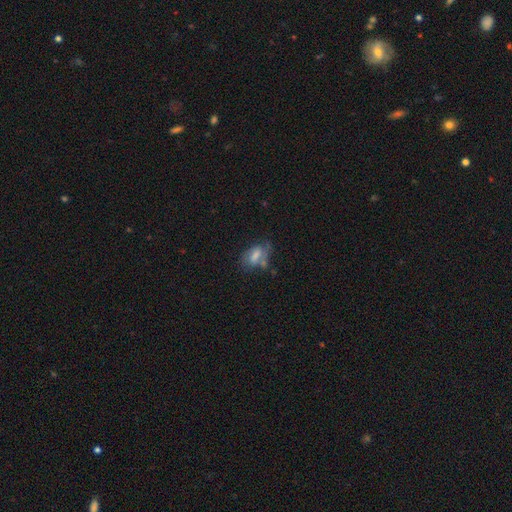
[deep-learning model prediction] smooth 59%, featured or disk 32%, star or artifact 10%. Down the decision tree: how rounded — in between (86%); merging — none (42%).